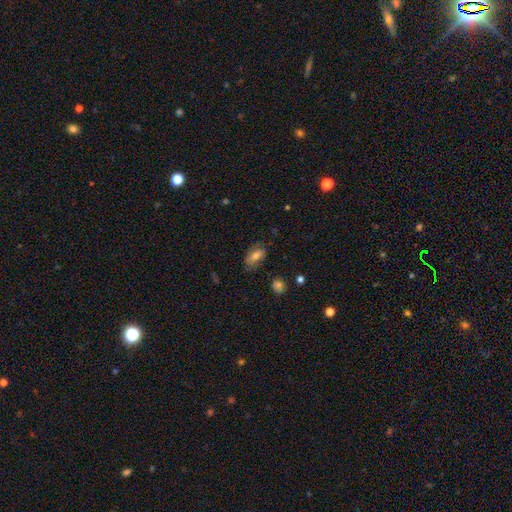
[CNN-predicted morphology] The model was most divided on "smooth or featured": smooth: 67%, featured or disk: 24%, star or artifact: 9%. More confident: how rounded — in between (88%); merging — none (72%).